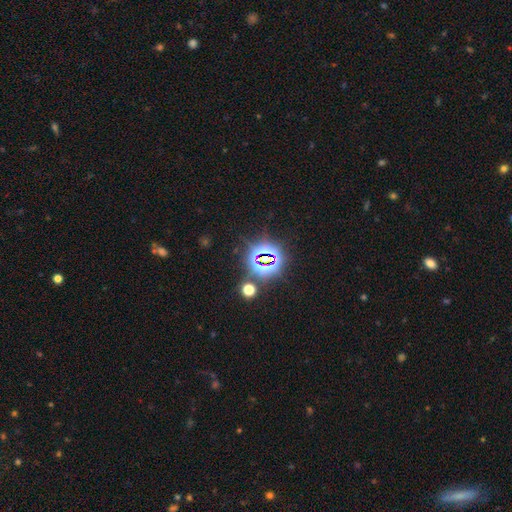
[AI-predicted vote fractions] Morphology: type=star or artifact (75%).